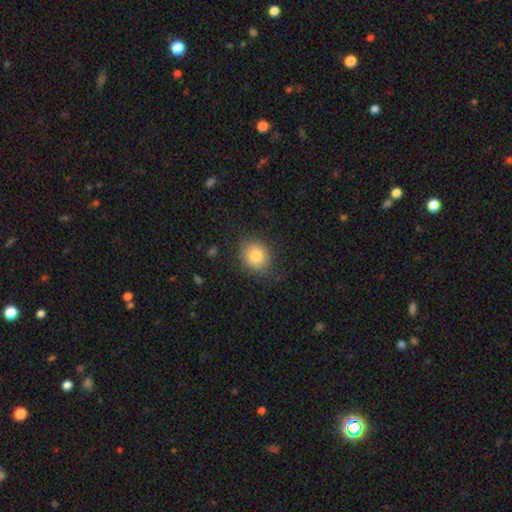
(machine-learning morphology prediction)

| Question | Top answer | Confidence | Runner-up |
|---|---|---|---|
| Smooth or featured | smooth | 81% | star or artifact (10%) |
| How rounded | round | 73% | in between (26%) |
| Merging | none | 81% | minor disturbance (14%) |